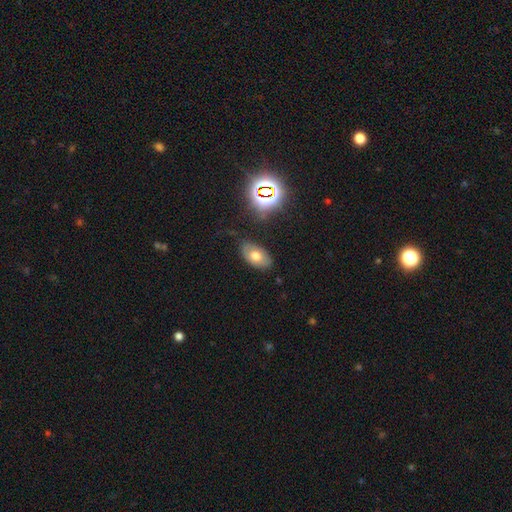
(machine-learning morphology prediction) Smooth or featured? smooth (65%)
How rounded? in between (92%)
Merging? none (79%)